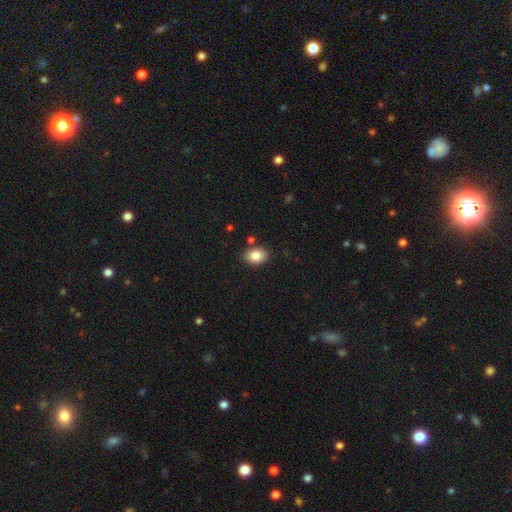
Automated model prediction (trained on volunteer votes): Smooth or featured: smooth — 84% (star or artifact — 8%)
How rounded: in between — 73% (round — 26%)
Merging: none — 84% (minor disturbance — 9%)